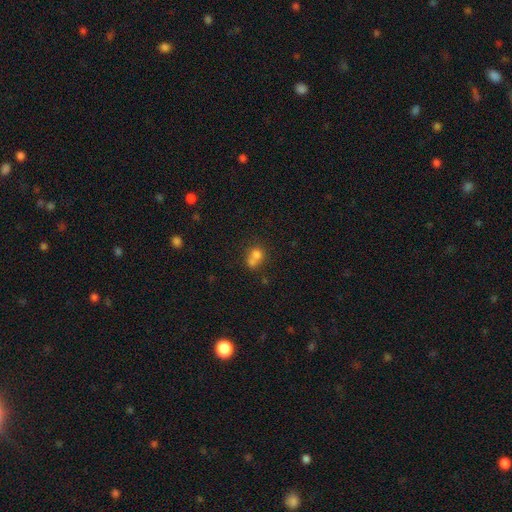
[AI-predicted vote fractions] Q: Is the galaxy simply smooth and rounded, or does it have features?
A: smooth — 72%.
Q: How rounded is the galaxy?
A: round — 70%.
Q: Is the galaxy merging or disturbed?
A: merger — 60%.